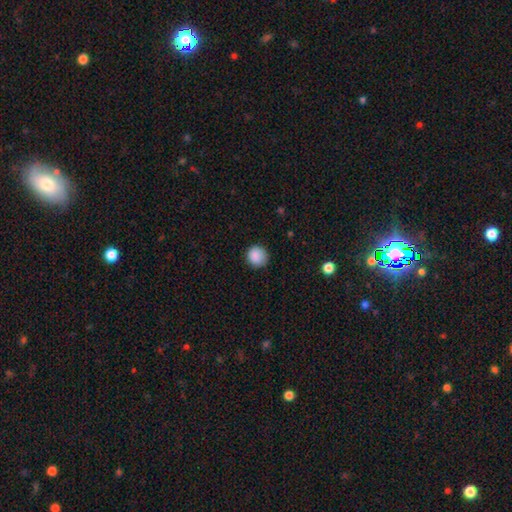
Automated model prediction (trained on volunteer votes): smooth_or_featured: smooth (p=0.88) [alt: star or artifact p=0.09]
how_rounded: round (p=0.90) [alt: in between p=0.09]
merging: none (p=0.84) [alt: minor disturbance p=0.12]